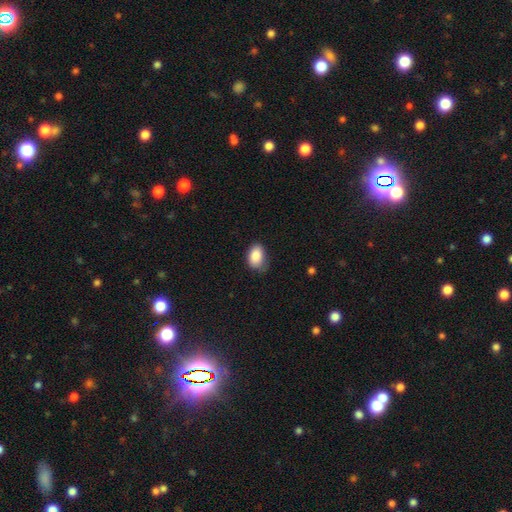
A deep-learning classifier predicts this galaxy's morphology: smooth_or_featured: smooth (p=0.87) [alt: star or artifact p=0.07]
how_rounded: in between (p=0.87) [alt: round p=0.12]
merging: none (p=0.62) [alt: minor disturbance p=0.30]